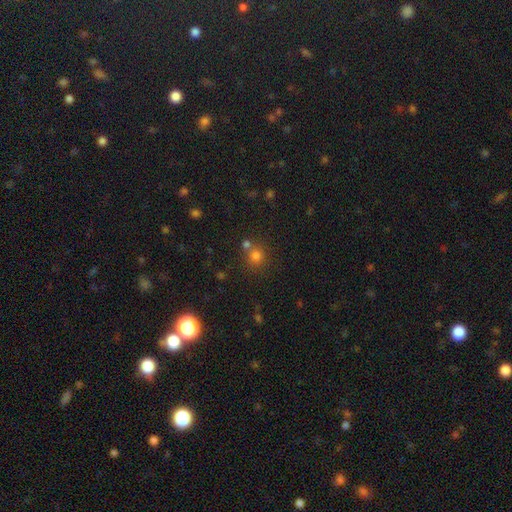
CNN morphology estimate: A smooth galaxy with no disk features (75%) that is round (89%).

Vote fractions:
- Smooth or featured? smooth: 75% / star or artifact: 17% / featured or disk: 7%
- How rounded? round: 89% / in between: 10% / cigar-shaped: 1%
- Merging? none: 64% / merger: 24% / minor disturbance: 8% / major disturbance: 3%